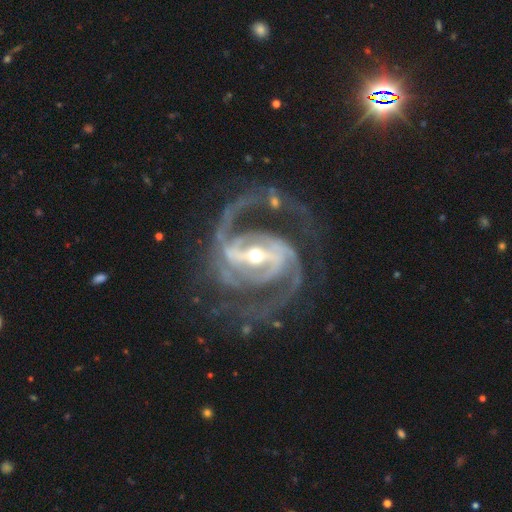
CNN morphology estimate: Q: Smooth or featured?
A: featured or disk (94%); runner-up: star or artifact (4%)
Q: Edge-on disk?
A: no (98%); runner-up: yes (2%)
Q: Bar?
A: strong (68%); runner-up: weak (25%)
Q: Spiral arms?
A: yes (99%); runner-up: no (1%)
Q: Spiral winding?
A: medium (58%); runner-up: tight (30%)
Q: Spiral arm count?
A: 2 (67%); runner-up: 3 (17%)
Q: Bulge size?
A: moderate (49%); runner-up: small (46%)
Q: Merging?
A: none (65%); runner-up: major disturbance (17%)